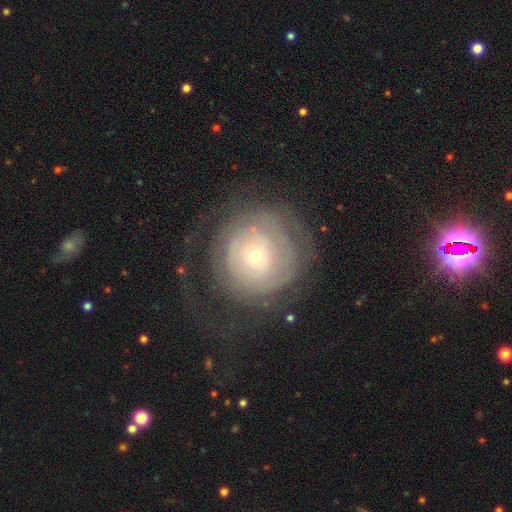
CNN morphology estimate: featured or disk 60%, smooth 32%, star or artifact 8%. Down the decision tree: edge-on disk — no (97%); bar — no (82%); spiral arms — yes (62%); bulge size — small (66%); merging — none (55%).